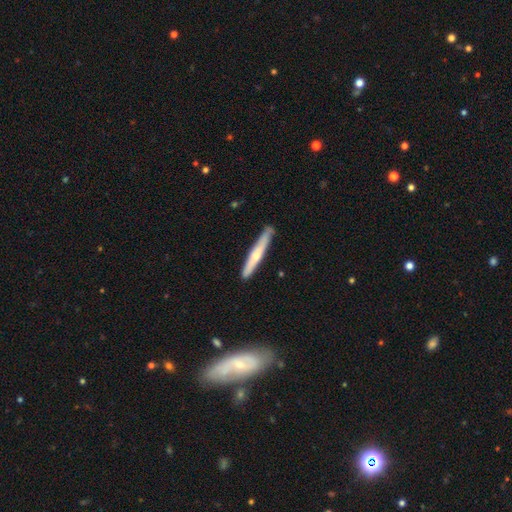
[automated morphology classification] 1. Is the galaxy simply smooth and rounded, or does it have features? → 50% smooth, 45% featured or disk, 5% star or artifact.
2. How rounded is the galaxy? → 95% cigar-shaped, 4% in between, 1% round.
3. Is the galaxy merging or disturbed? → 83% none, 13% minor disturbance, 2% major disturbance, 2% merger.